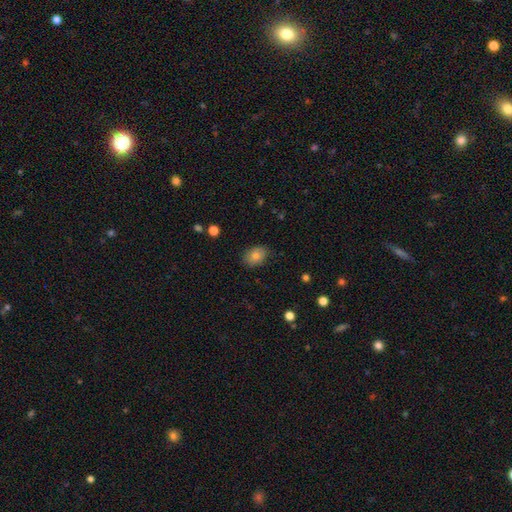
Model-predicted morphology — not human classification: smooth-or-featured: smooth: 80% | featured or disk: 11% | star or artifact: 10%
  how-rounded: in between: 70% | round: 29% | cigar-shaped: 1%
  merging: none: 81% | minor disturbance: 15% | major disturbance: 3% | merger: 1%